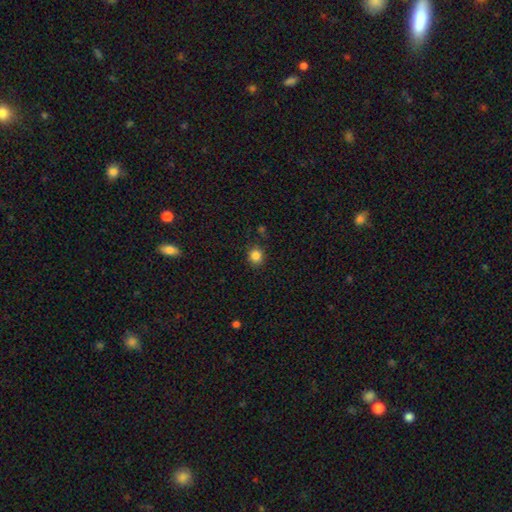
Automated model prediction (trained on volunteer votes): The model was most divided on "smooth or featured": smooth: 84%, star or artifact: 12%, featured or disk: 4%. More confident: how rounded — round (87%); merging — none (87%).